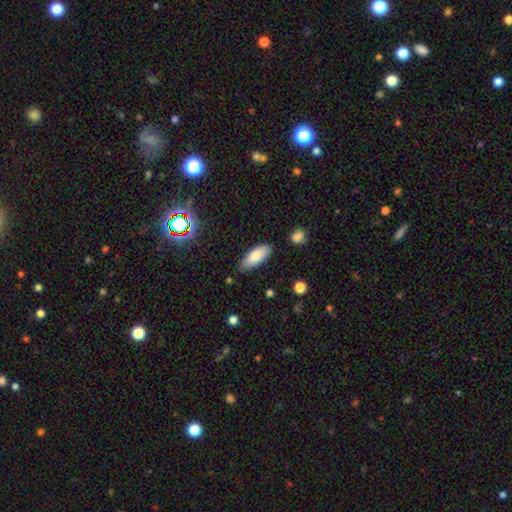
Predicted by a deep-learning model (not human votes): smooth-or-featured: smooth: 80% | featured or disk: 13% | star or artifact: 7%
  how-rounded: in between: 76% | cigar-shaped: 22% | round: 2%
  merging: none: 82% | minor disturbance: 13% | major disturbance: 2% | merger: 2%